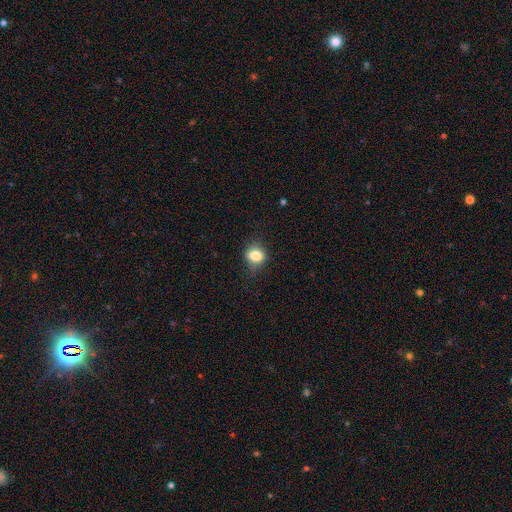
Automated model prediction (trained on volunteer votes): smooth_or_featured: smooth (p=0.78) [alt: star or artifact p=0.11]
how_rounded: round (p=0.57) [alt: in between p=0.41]
merging: none (p=0.75) [alt: minor disturbance p=0.19]